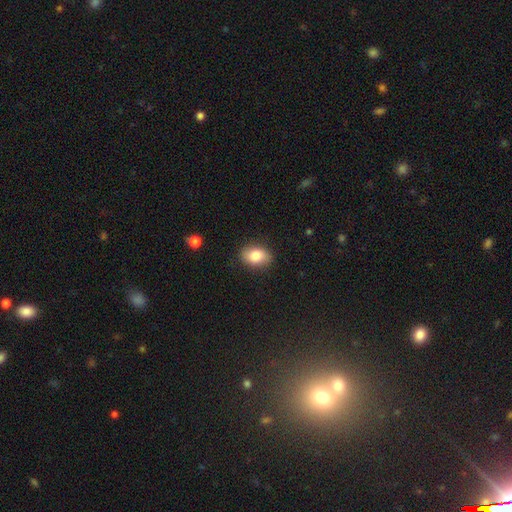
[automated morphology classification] Q: Smooth or featured?
A: smooth (83%); runner-up: featured or disk (9%)
Q: How rounded?
A: in between (78%); runner-up: round (20%)
Q: Merging?
A: none (84%); runner-up: minor disturbance (12%)